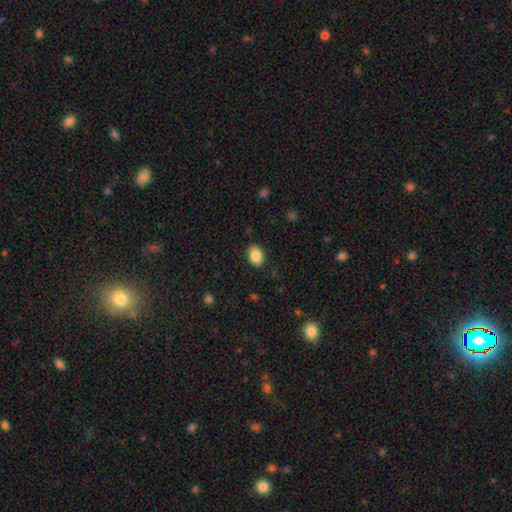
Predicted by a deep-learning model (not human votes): The model was most divided on "how rounded": in between: 74%, round: 25%, cigar-shaped: 1%. More confident: smooth or featured — smooth (88%); merging — none (88%).